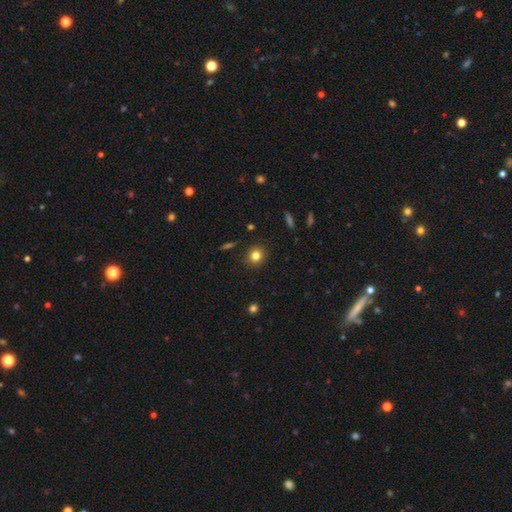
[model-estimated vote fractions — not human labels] The model was most divided on "smooth or featured": smooth: 80%, star or artifact: 13%, featured or disk: 7%. More confident: merging — none (90%); how rounded — round (87%).